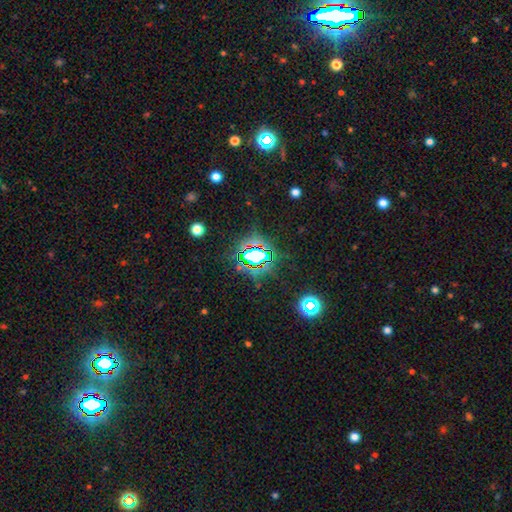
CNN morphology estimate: star or artifact 73%, smooth 17%, featured or disk 10%.